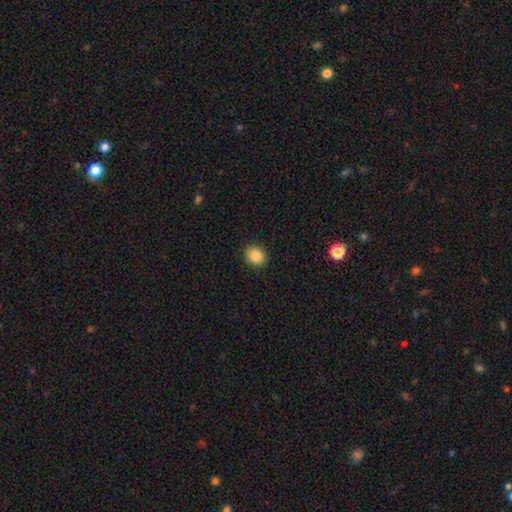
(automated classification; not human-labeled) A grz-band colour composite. It shows a smooth galaxy with no disk features (85%) that is round (68%). Merging: none (91%).